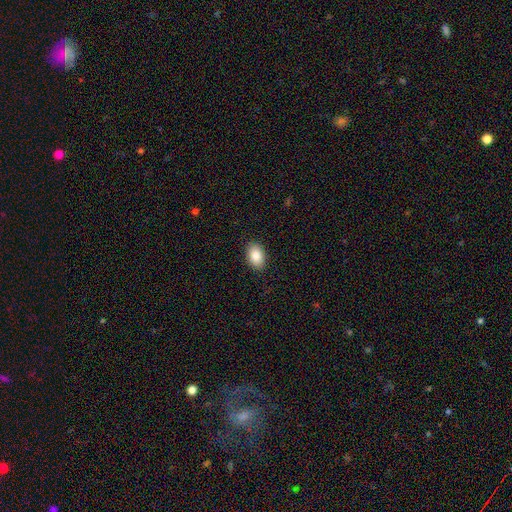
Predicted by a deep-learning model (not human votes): Smooth or featured? Predicted: smooth (p=0.86). How rounded? Predicted: in between (p=0.88). Merging? Predicted: none (p=0.90).